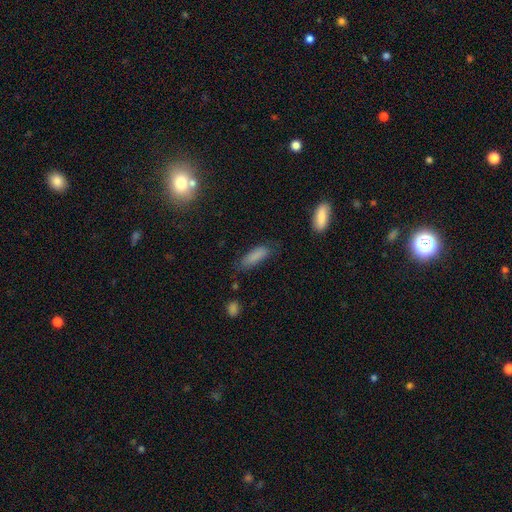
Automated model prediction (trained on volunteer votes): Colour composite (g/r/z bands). It shows a smooth galaxy with no disk features (85%) that is in between round and cigar-shaped (50%). Merging: none (70%).